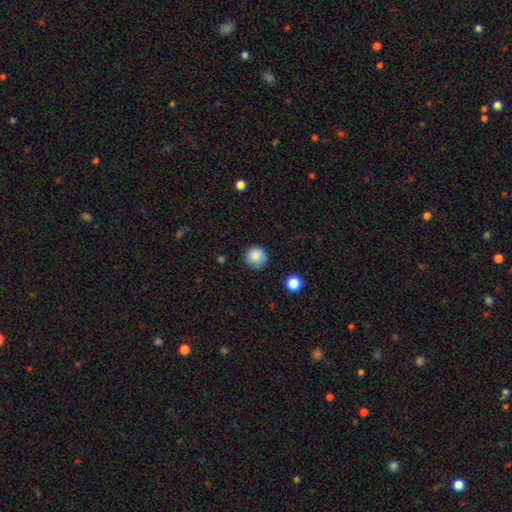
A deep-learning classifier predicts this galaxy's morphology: The model was most divided on "merging": none: 80%, minor disturbance: 15%, major disturbance: 4%, merger: 2%. More confident: how rounded — round (93%); smooth or featured — smooth (85%).